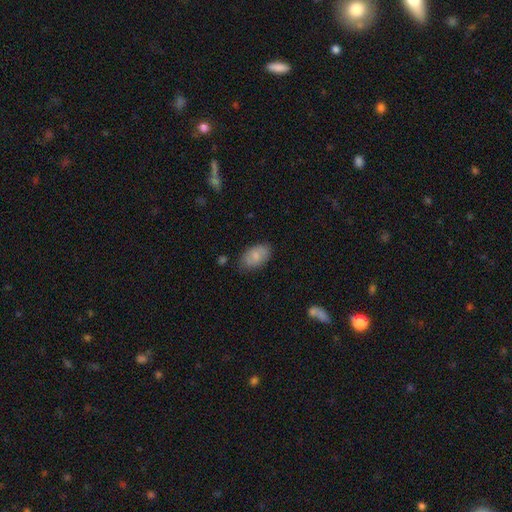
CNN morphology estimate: smooth-or-featured: smooth: 79% | featured or disk: 14% | star or artifact: 7%
  how-rounded: in between: 92% | round: 7% | cigar-shaped: 1%
  merging: none: 76% | minor disturbance: 19% | major disturbance: 4% | merger: 2%